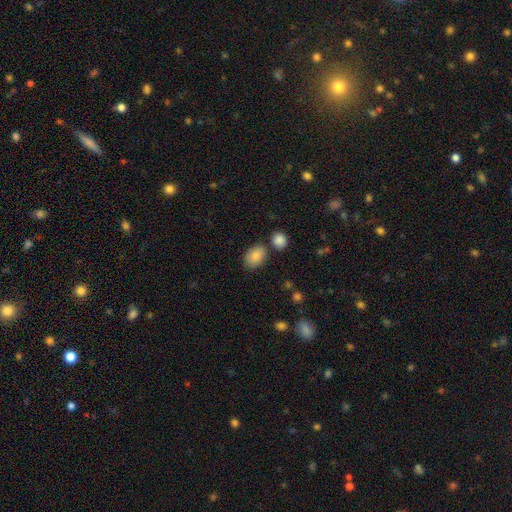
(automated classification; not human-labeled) Smooth or featured: smooth — 86% (star or artifact — 8%)
How rounded: in between — 83% (round — 16%)
Merging: none — 72% (minor disturbance — 14%)